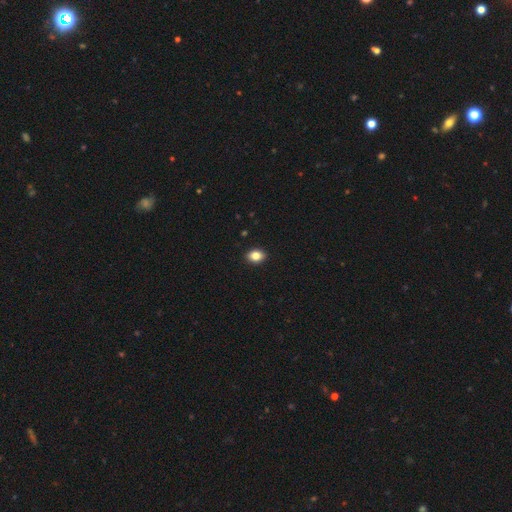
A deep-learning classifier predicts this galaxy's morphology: A smooth galaxy with no disk features (85%) that is in between round and cigar-shaped (69%). Merging: none (91%).